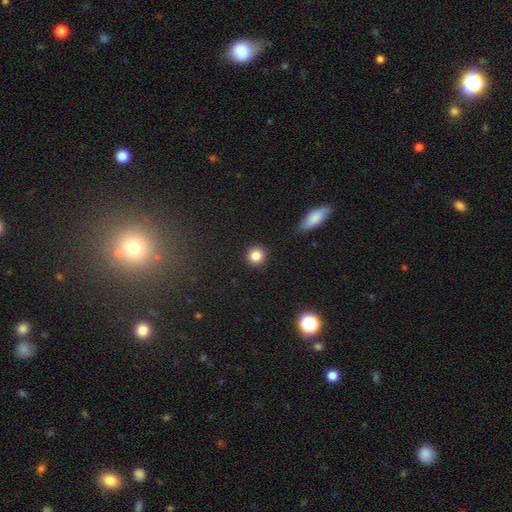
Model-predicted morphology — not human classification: type=smooth (85%); roundness=round (93%); merging=none (90%).